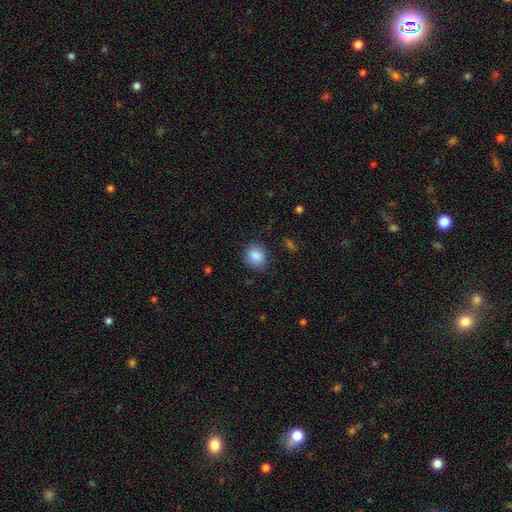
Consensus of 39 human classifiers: This appears to be a smooth galaxy with no disk features (90%) that is round (86%). Merging: none (71%).